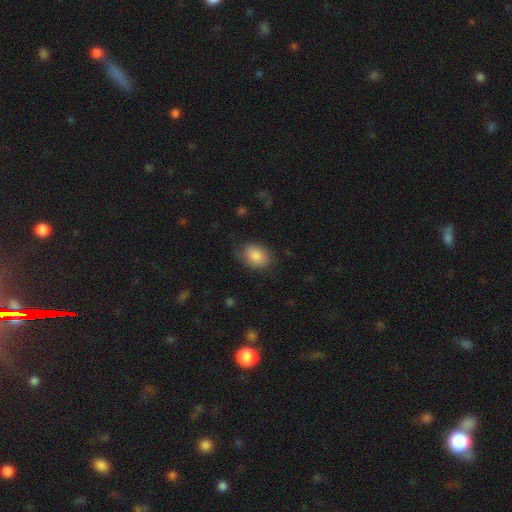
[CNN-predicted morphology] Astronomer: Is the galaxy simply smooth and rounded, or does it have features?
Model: smooth — 83%.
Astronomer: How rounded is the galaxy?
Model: in between — 77%.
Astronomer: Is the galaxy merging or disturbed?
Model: none — 65%.